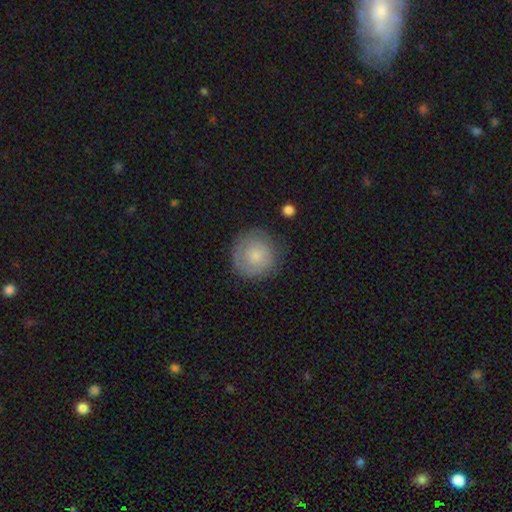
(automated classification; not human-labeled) Smooth or featured? smooth (70%)
How rounded? round (93%)
Merging? none (79%)